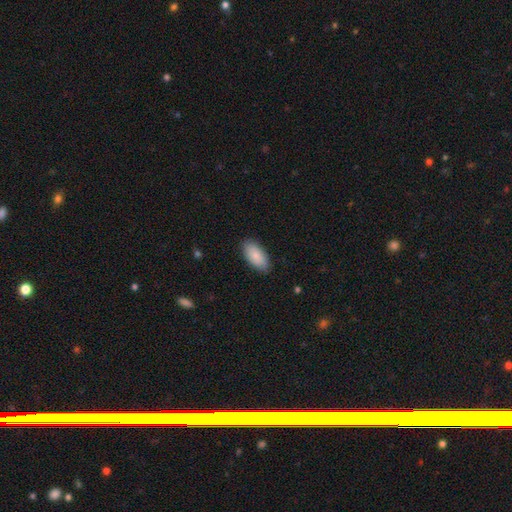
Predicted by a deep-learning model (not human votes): Smooth or featured: smooth — 87% (featured or disk — 7%)
How rounded: in between — 93% (cigar-shaped — 6%)
Merging: none — 87% (minor disturbance — 10%)